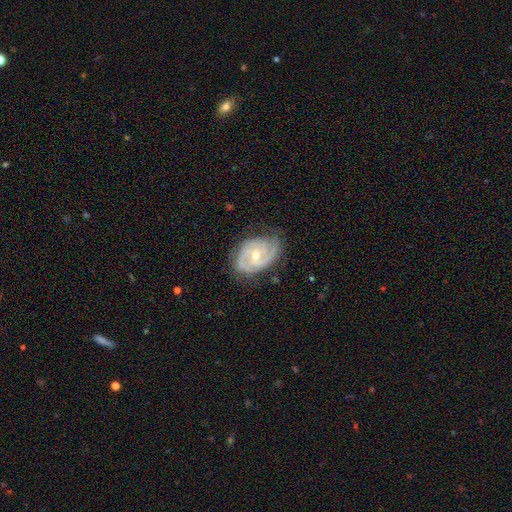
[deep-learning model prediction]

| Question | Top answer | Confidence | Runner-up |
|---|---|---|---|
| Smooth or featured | featured or disk | 85% | smooth (10%) |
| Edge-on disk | no | 97% | yes (3%) |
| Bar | no | 55% | weak (37%) |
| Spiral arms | yes | 95% | no (5%) |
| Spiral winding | tight | 58% | medium (34%) |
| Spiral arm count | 2 | 45% | 3 (24%) |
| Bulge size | moderate | 50% | small (47%) |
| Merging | none | 71% | minor disturbance (21%) |